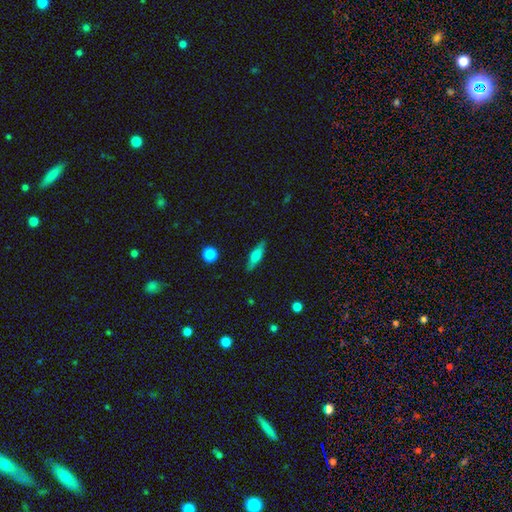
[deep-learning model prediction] The model was most divided on "how rounded": cigar-shaped: 60%, in between: 36%, round: 3%. More confident: merging — none (86%); smooth or featured — smooth (60%).